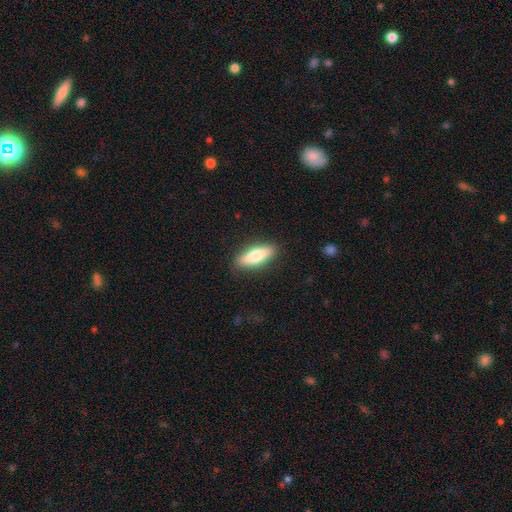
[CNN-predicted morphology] This appears to be a smooth galaxy with no disk features (71%) that is in between round and cigar-shaped (56%). Merging: none (87%).